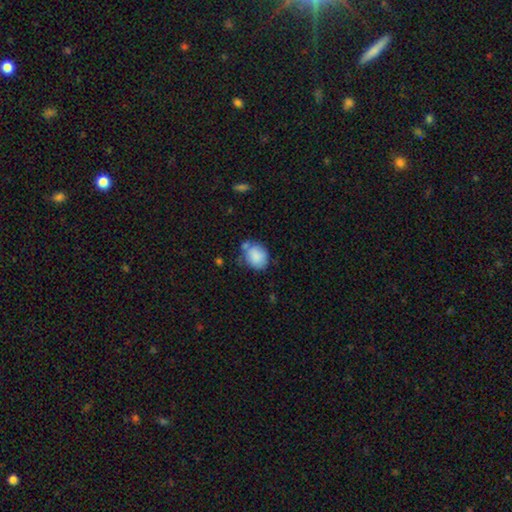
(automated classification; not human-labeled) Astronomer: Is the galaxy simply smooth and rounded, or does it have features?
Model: smooth — 82%.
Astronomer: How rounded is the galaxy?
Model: in between — 52% (runner-up: round, 47%).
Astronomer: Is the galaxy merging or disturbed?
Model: none — 50% (runner-up: minor disturbance, 26%).